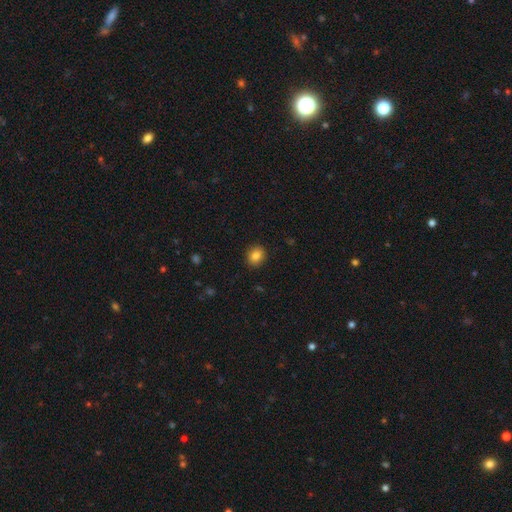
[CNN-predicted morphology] smooth-or-featured: smooth: 84% | star or artifact: 10% | featured or disk: 7%
  how-rounded: round: 72% | in between: 27% | cigar-shaped: 1%
  merging: none: 91% | minor disturbance: 6% | major disturbance: 2% | merger: 1%